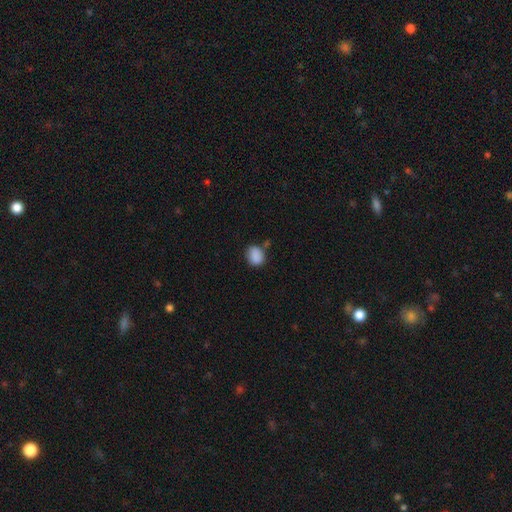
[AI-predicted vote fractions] Morphology: type=smooth (87%); roundness=round (50%); merging=none (69%).